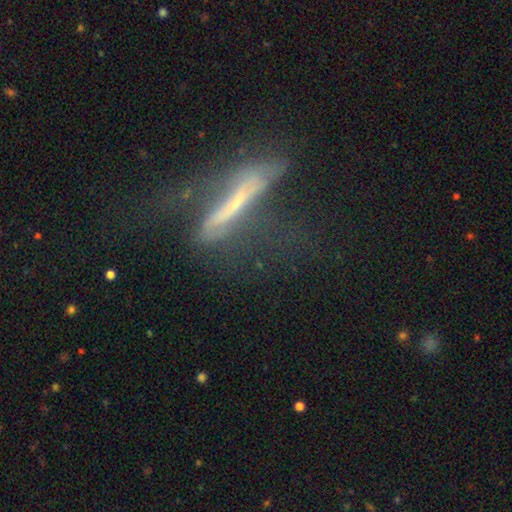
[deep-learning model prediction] This appears to be a featured or disk galaxy (64%) viewed edge-on (69%). Merging: none (42%).